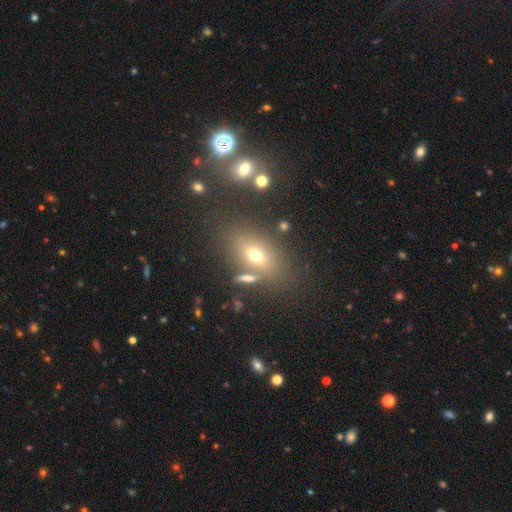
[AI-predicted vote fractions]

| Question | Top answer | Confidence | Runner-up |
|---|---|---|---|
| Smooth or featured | smooth | 64% | featured or disk (20%) |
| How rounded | in between | 76% | round (19%) |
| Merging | none | 70% | minor disturbance (13%) |